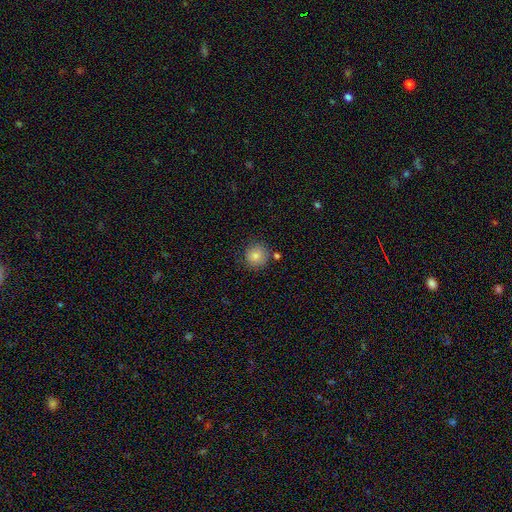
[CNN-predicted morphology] The model was most divided on "merging": none: 80%, minor disturbance: 12%, merger: 5%, major disturbance: 3%. More confident: how rounded — round (93%); smooth or featured — smooth (82%).